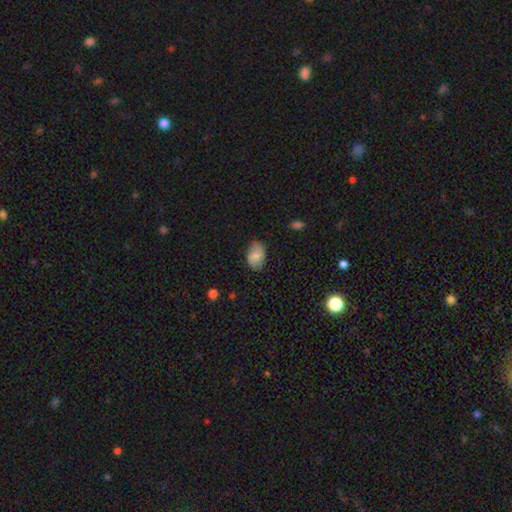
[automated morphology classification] This appears to be a smooth galaxy with no disk features (75%) that is in between round and cigar-shaped (85%). Merging: none (66%).